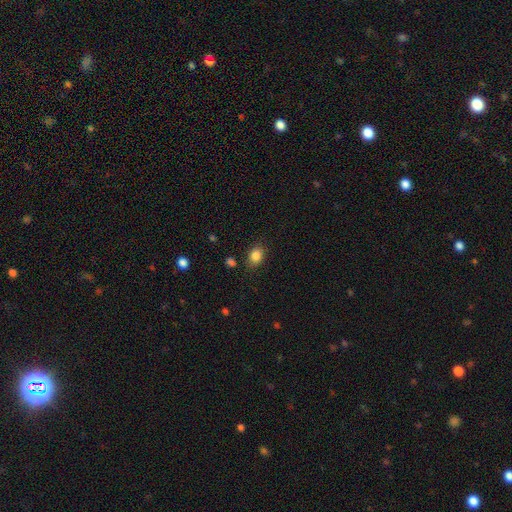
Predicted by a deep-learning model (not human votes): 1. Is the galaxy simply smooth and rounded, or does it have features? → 84% smooth, 10% star or artifact, 5% featured or disk.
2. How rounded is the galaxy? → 57% in between, 42% round, 1% cigar-shaped.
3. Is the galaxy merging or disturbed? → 81% none, 13% minor disturbance, 4% major disturbance, 2% merger.